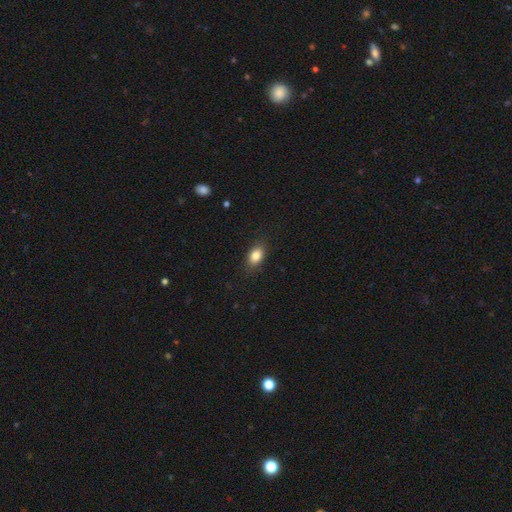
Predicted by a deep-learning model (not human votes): Q: Smooth or featured?
A: smooth (84%); runner-up: star or artifact (8%)
Q: How rounded?
A: in between (84%); runner-up: round (13%)
Q: Merging?
A: none (85%); runner-up: minor disturbance (11%)